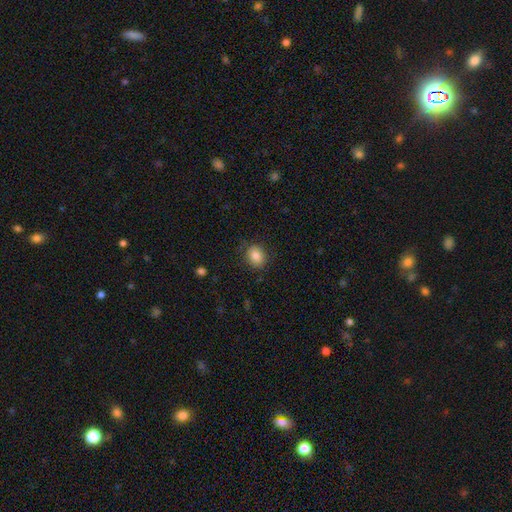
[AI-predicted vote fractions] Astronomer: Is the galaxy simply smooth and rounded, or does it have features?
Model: smooth — 83%.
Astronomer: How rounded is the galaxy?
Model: round — 61% (runner-up: in between, 38%).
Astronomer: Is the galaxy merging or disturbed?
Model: none — 84%.